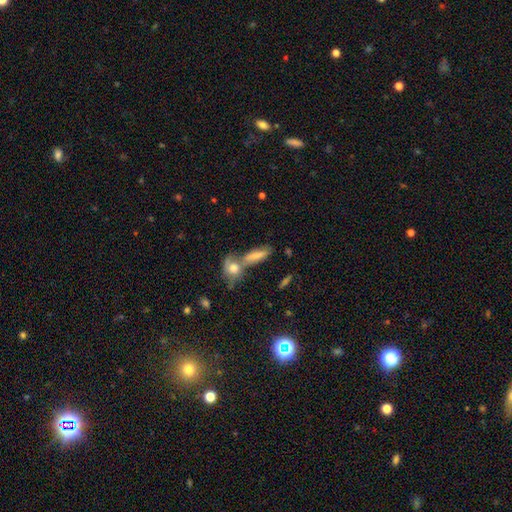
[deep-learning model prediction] Overall: smooth (69%). How rounded: in between (48%; cigar-shaped 45%). Merging: merger (46%; none 35%).